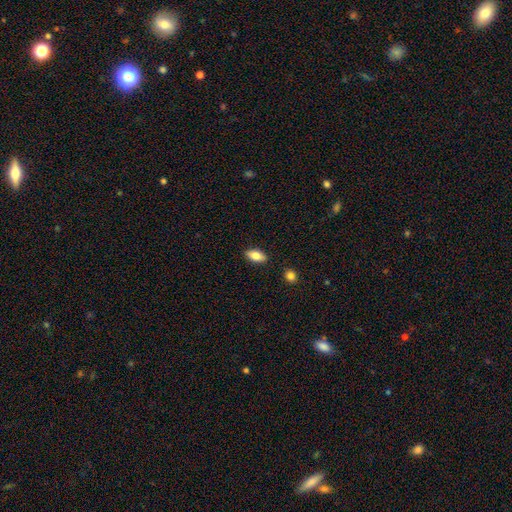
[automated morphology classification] This appears to be a smooth galaxy with no disk features (81%) that is in between round and cigar-shaped (89%). Merging: none (88%).